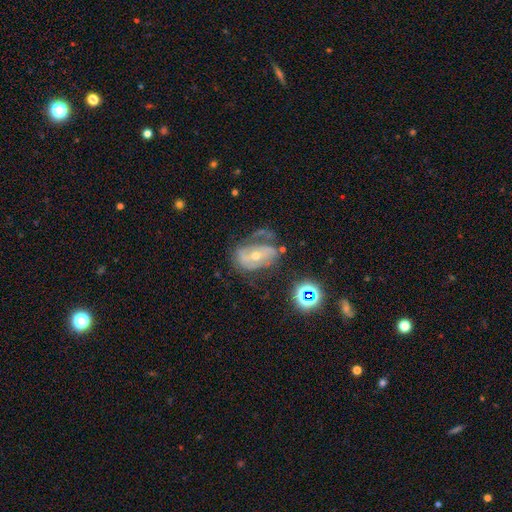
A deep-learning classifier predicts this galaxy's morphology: Smooth or featured: featured or disk — 70% (smooth — 18%)
Edge-on disk: no — 95% (yes — 5%)
Bar: no — 43% (weak — 32%)
Spiral arms: yes — 70% (no — 30%)
Bulge size: moderate — 51% (small — 46%)
Merging: none — 42% (major disturbance — 28%)